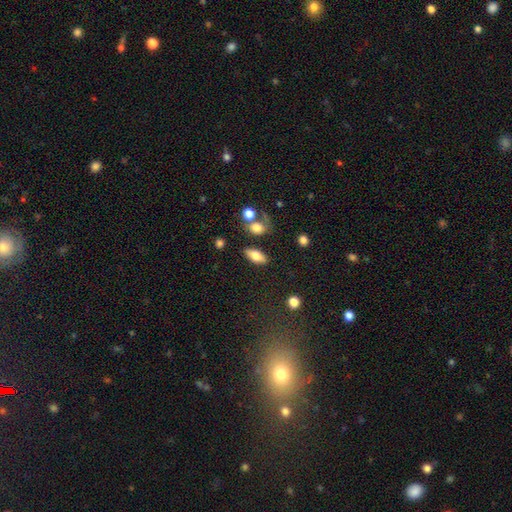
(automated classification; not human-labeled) A smooth galaxy with no disk features (75%) that is in between round and cigar-shaped (82%). Merging: none (79%).